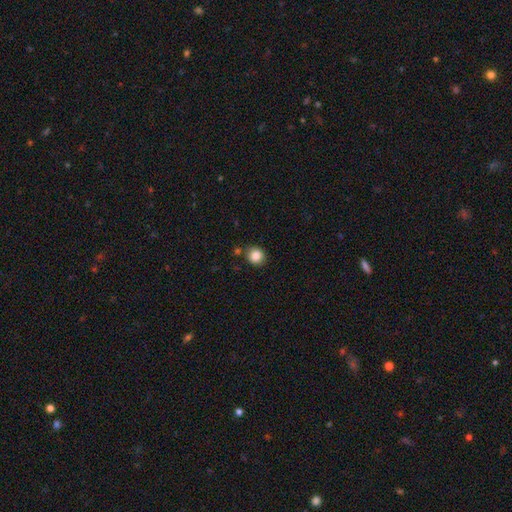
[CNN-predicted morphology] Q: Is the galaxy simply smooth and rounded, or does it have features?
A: smooth — 86%.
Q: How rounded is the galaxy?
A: round — 87%.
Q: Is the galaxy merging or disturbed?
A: none — 82%.